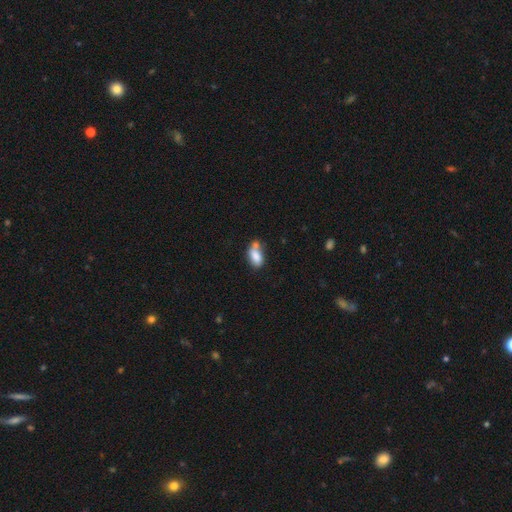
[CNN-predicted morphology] Smooth or featured? smooth (80%)
How rounded? in between (89%)
Merging? merger (37%)